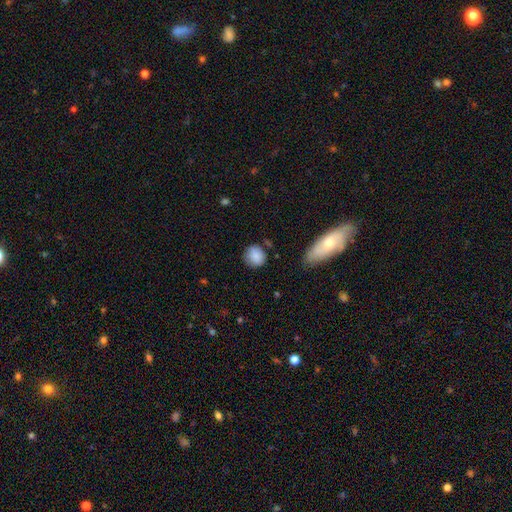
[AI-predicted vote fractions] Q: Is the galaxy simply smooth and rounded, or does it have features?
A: smooth — 86%.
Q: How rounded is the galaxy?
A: round — 80%.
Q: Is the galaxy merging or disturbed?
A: none — 74%.